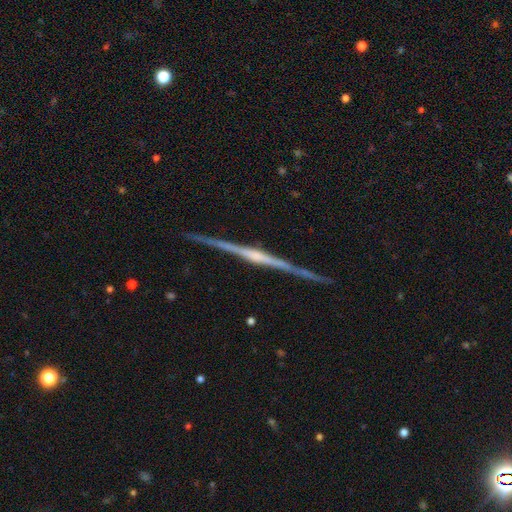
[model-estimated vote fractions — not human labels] Overall: featured or disk (87%). Edge-on disk: yes (99%). Edge-on bulge: rounded (67%). Merging: none (90%).